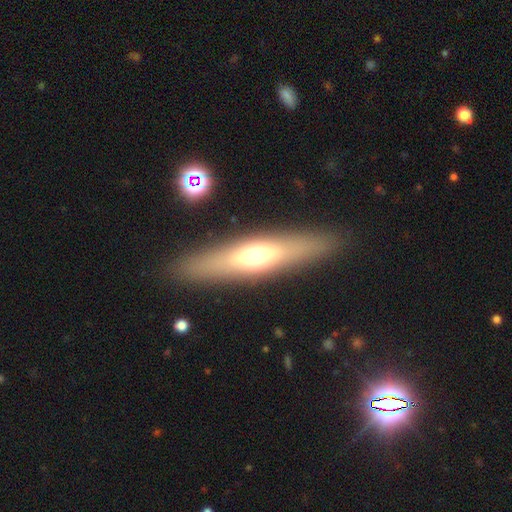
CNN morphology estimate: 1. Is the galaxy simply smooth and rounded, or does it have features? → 47% smooth, 45% featured or disk, 8% star or artifact.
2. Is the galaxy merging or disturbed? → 88% none, 7% minor disturbance, 3% major disturbance, 2% merger.